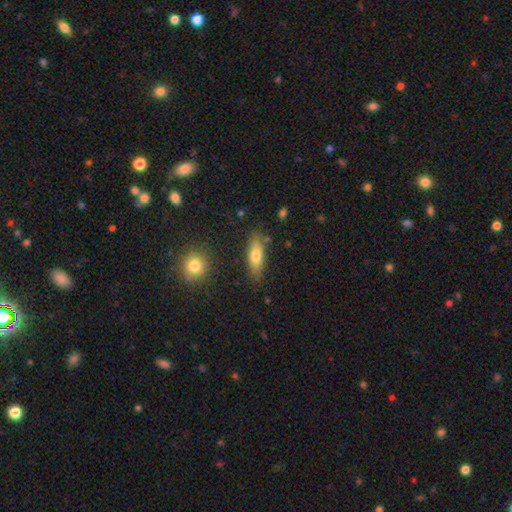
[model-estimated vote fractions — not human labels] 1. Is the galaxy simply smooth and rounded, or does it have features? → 69% smooth, 23% featured or disk, 7% star or artifact.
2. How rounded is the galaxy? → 57% in between, 40% cigar-shaped, 3% round.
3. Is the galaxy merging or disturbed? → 80% none, 13% minor disturbance, 4% merger, 3% major disturbance.